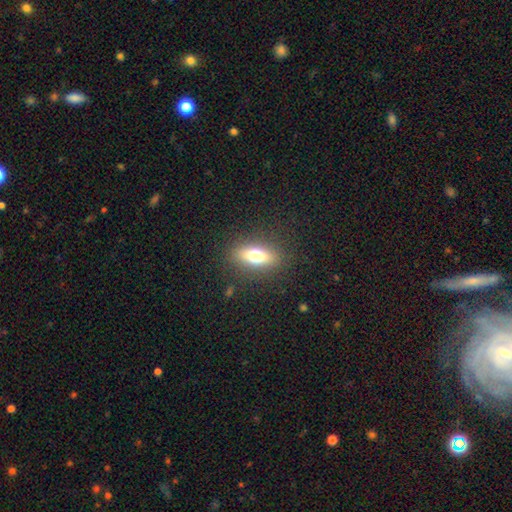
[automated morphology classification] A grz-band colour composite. It shows a smooth galaxy with no disk features (65%) that is in between round and cigar-shaped (69%). Merging: none (86%).